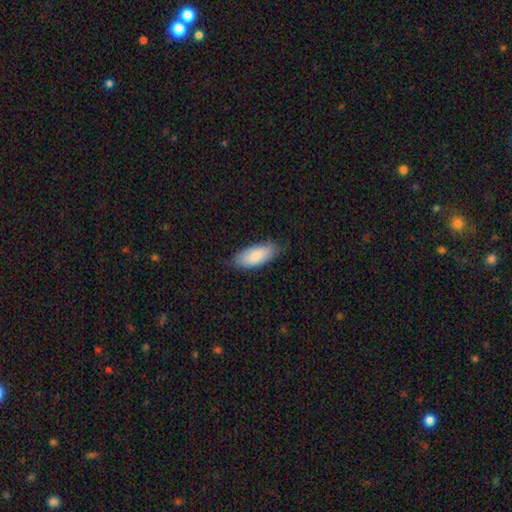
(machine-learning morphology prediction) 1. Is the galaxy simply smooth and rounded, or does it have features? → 80% smooth, 14% featured or disk, 6% star or artifact.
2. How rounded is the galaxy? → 84% in between, 15% cigar-shaped, 2% round.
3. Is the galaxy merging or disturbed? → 76% none, 19% minor disturbance, 3% major disturbance, 1% merger.